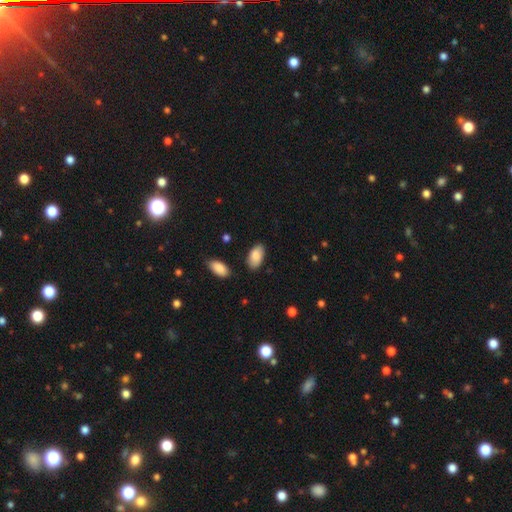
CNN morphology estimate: A smooth galaxy with no disk features (88%) that is in between round and cigar-shaped (95%). Merging: none (81%).